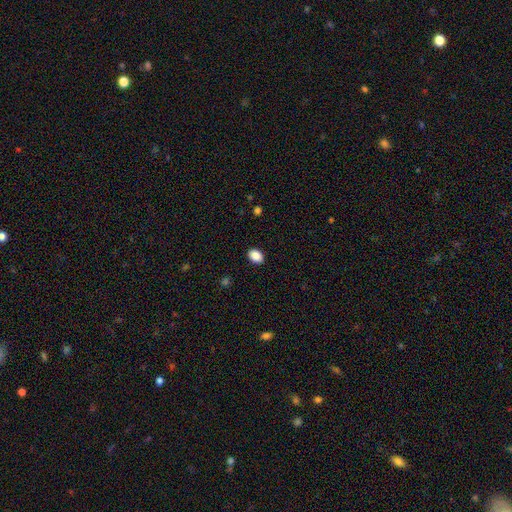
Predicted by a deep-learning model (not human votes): Overall: smooth (89%). How rounded: in between (75%). Merging: none (90%).